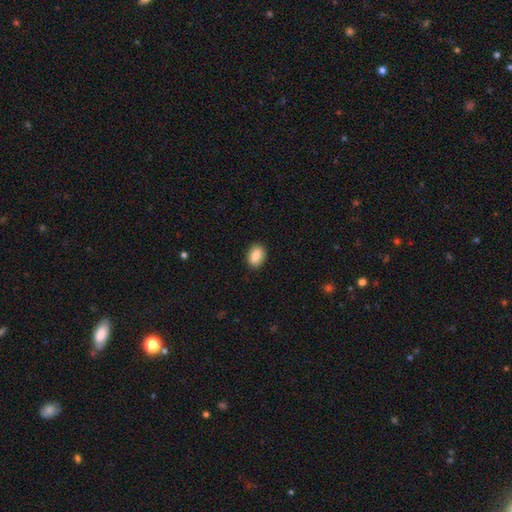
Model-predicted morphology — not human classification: A smooth galaxy with no disk features (85%) that is in between round and cigar-shaped (77%).

Vote fractions:
- Smooth or featured? smooth: 85% / featured or disk: 8% / star or artifact: 7%
- How rounded? in between: 77% / round: 21% / cigar-shaped: 1%
- Merging? none: 89% / minor disturbance: 8% / major disturbance: 2% / merger: 1%